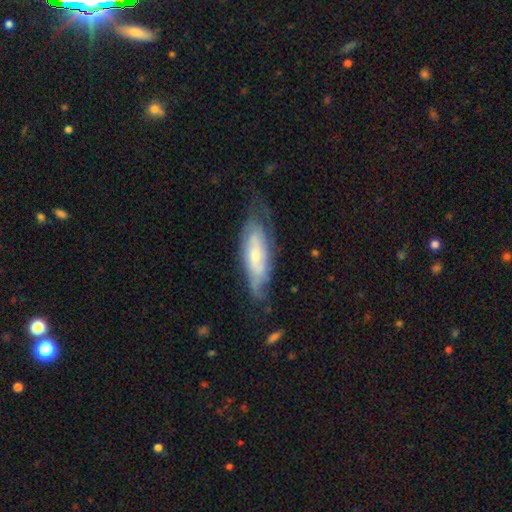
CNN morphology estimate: A featured or disk galaxy (61%). Merging: none (56%).